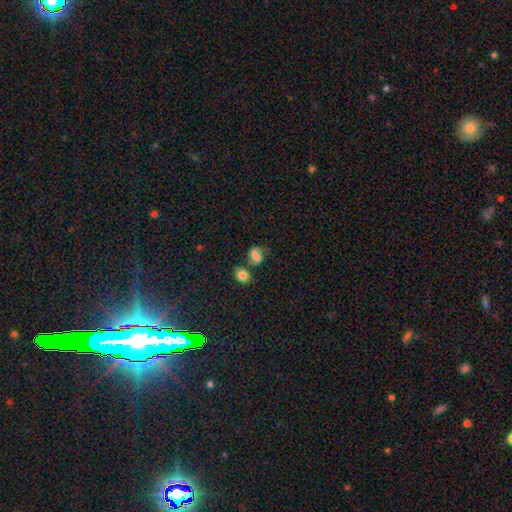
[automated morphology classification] This appears to be a smooth galaxy with no disk features (49%). Merging: none (48%).